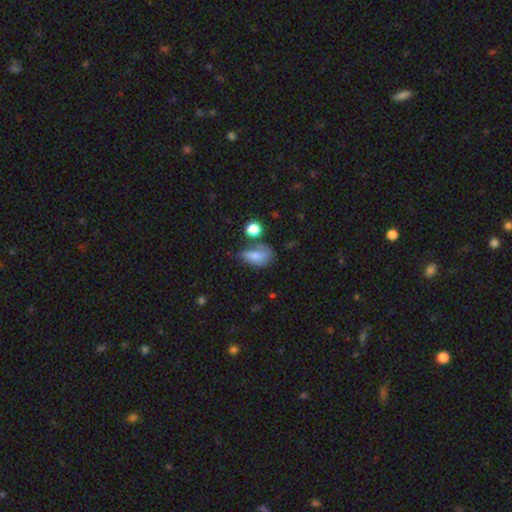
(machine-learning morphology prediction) type=smooth (72%); roundness=in between (82%); merging=none (38%).